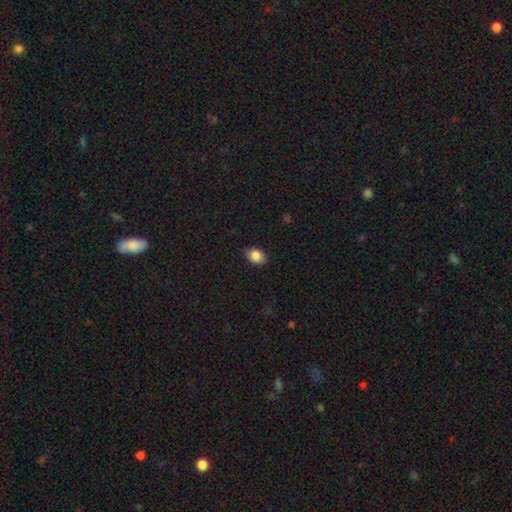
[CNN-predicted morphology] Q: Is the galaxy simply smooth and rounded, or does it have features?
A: smooth — 85%.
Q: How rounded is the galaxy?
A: in between — 80%.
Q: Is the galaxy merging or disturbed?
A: none — 84%.